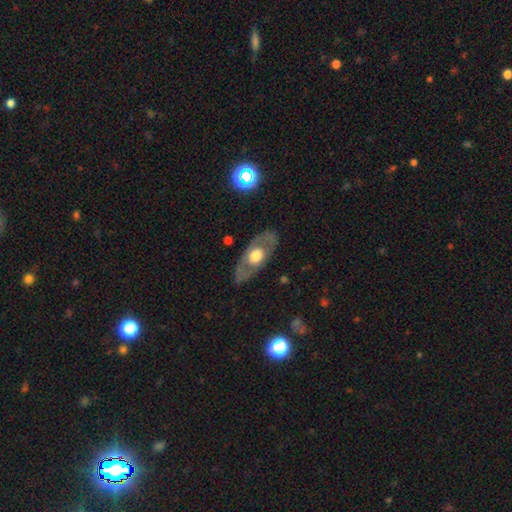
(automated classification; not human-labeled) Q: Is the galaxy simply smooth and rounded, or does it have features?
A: featured or disk — 54%.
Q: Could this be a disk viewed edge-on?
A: no — 78%.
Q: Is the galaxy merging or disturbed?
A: none — 80%.